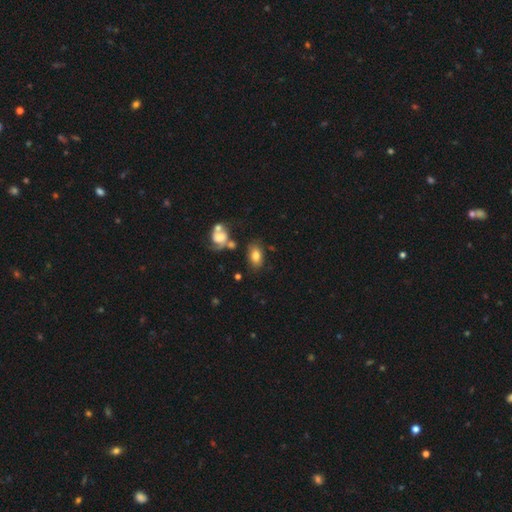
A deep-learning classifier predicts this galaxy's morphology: This is likely a smooth galaxy (75%). How rounded: clearly in between (86%). Merging: likely none (69%).